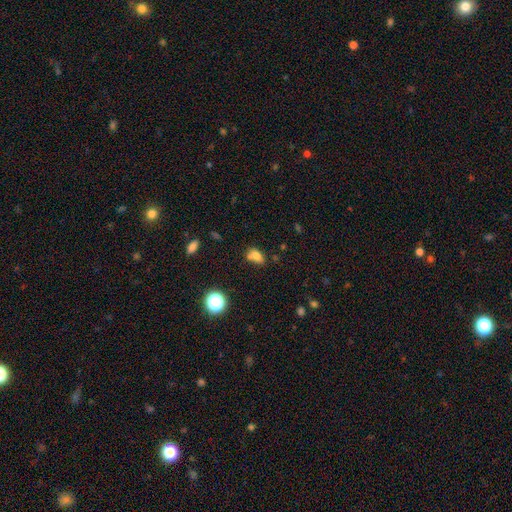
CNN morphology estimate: This appears to be a smooth galaxy with no disk features (74%) that is in between round and cigar-shaped (74%). Merging: none (43%).